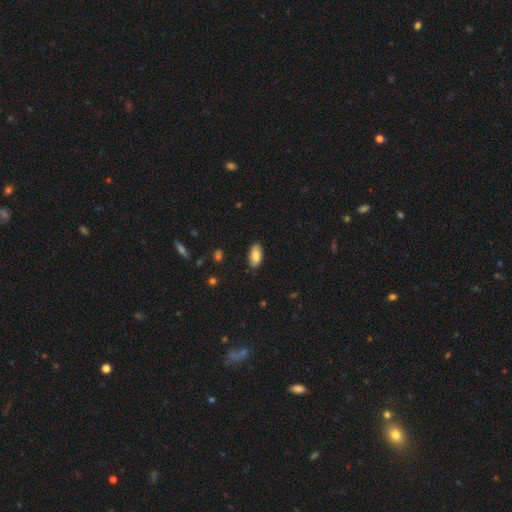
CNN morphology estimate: Smooth or featured: smooth — 83% (featured or disk — 11%)
How rounded: in between — 93% (cigar-shaped — 5%)
Merging: none — 85% (minor disturbance — 12%)